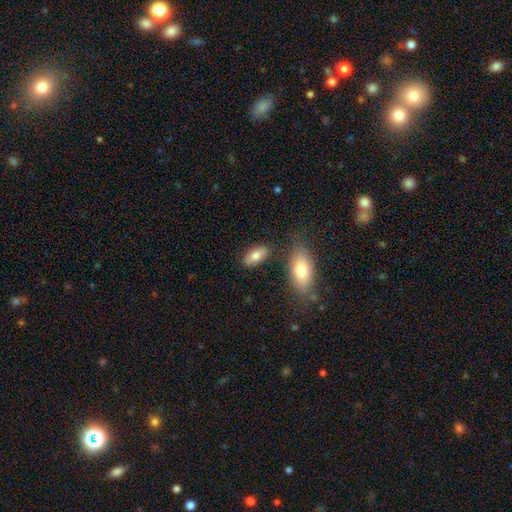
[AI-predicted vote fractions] smooth 76%, featured or disk 17%, star or artifact 7%. Down the decision tree: how rounded — in between (88%); merging — none (78%).